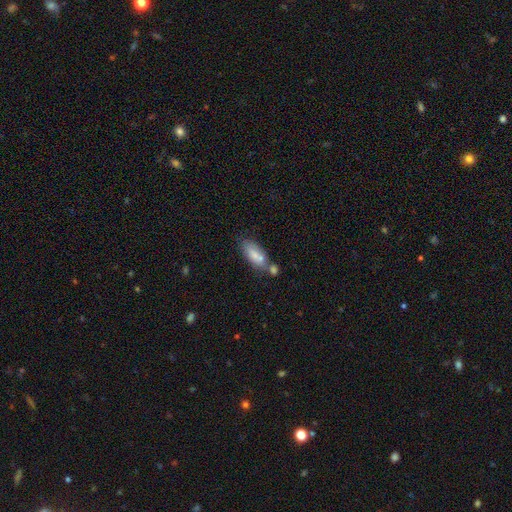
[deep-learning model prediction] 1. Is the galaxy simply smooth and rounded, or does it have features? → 74% smooth, 19% featured or disk, 7% star or artifact.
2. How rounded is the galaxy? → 77% in between, 20% cigar-shaped, 3% round.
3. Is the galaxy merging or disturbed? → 44% none, 32% merger, 17% minor disturbance, 6% major disturbance.